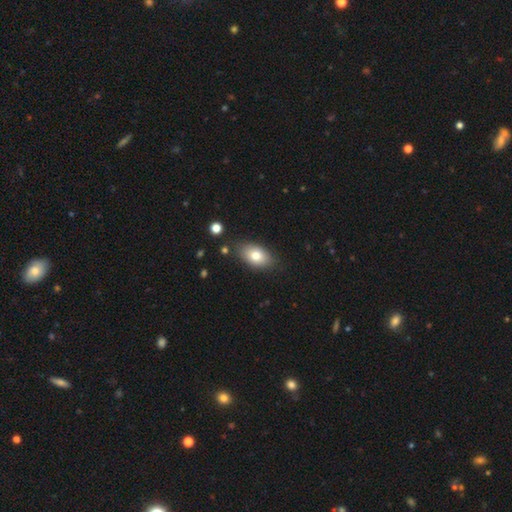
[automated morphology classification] smooth-or-featured: smooth: 78% | featured or disk: 14% | star or artifact: 8%
  how-rounded: in between: 90% | round: 8% | cigar-shaped: 2%
  merging: none: 80% | minor disturbance: 14% | major disturbance: 3% | merger: 3%